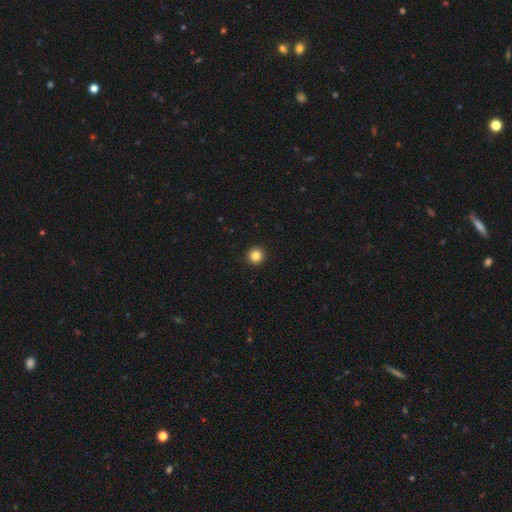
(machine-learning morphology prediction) Smooth or featured: smooth — 84% (star or artifact — 11%)
How rounded: round — 95% (in between — 4%)
Merging: none — 94% (minor disturbance — 4%)